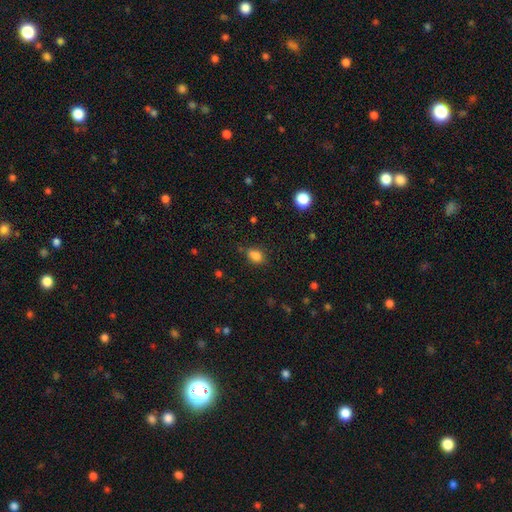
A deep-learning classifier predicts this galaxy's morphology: smooth 80%, star or artifact 13%, featured or disk 7%. Down the decision tree: how rounded — in between (61%); merging — none (58%).